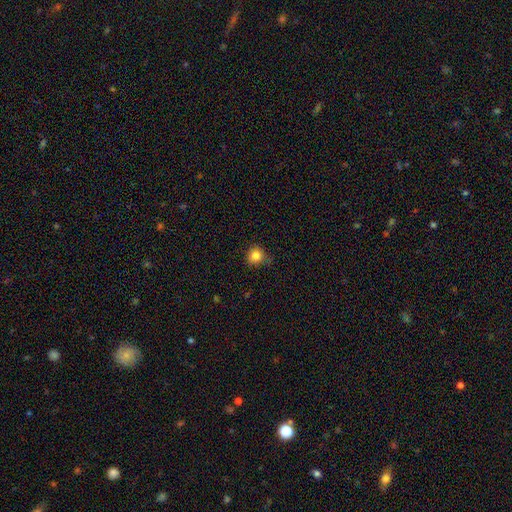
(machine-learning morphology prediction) Overall: smooth (83%). How rounded: round (87%). Merging: none (72%).